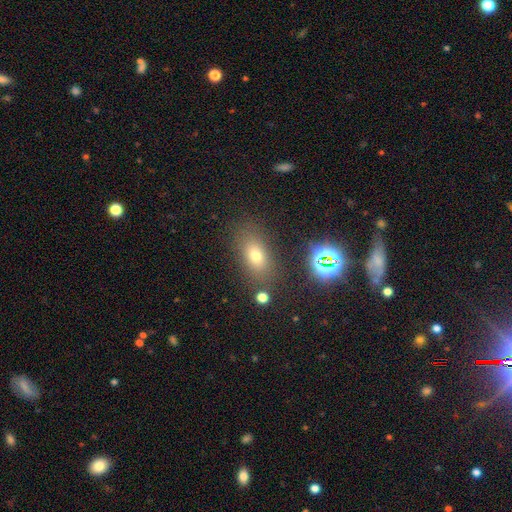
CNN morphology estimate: smooth 65%, star or artifact 21%, featured or disk 14%. Down the decision tree: how rounded — in between (76%); merging — none (80%).